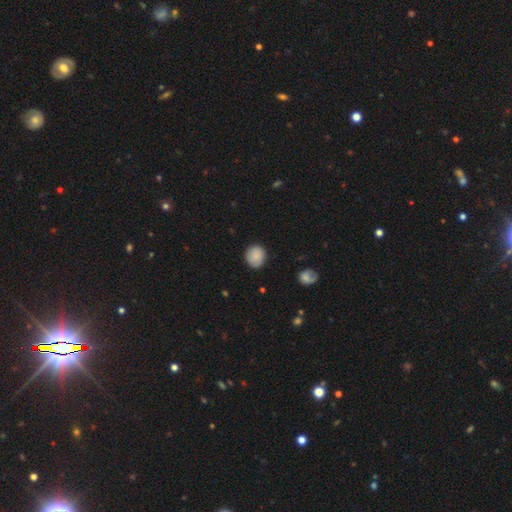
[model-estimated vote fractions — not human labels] A smooth galaxy with no disk features (86%) that is round (85%).

Vote fractions:
- Smooth or featured? smooth: 86% / star or artifact: 8% / featured or disk: 6%
- How rounded? round: 85% / in between: 14% / cigar-shaped: 1%
- Merging? none: 85% / minor disturbance: 11% / major disturbance: 2% / merger: 1%